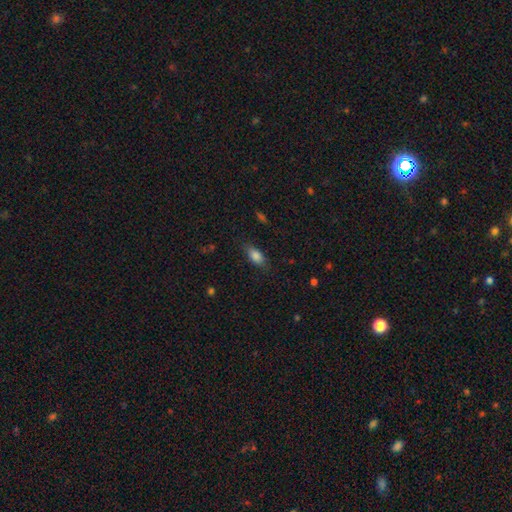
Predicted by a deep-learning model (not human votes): Morphology: type=smooth (83%); roundness=in between (85%); merging=none (79%).